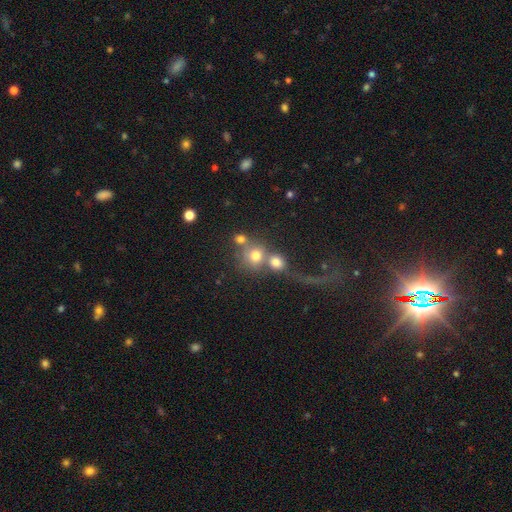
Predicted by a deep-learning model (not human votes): Overall: smooth (68%). How rounded: round (83%). Merging: merger (47%; none 36%).